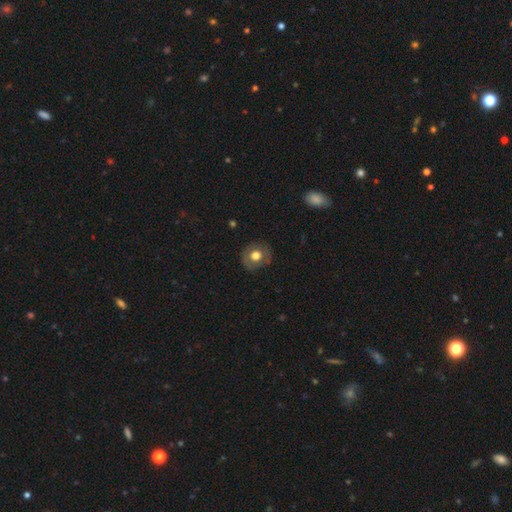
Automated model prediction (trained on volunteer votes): Morphology: type=smooth (61%); roundness=round (82%); merging=none (84%).